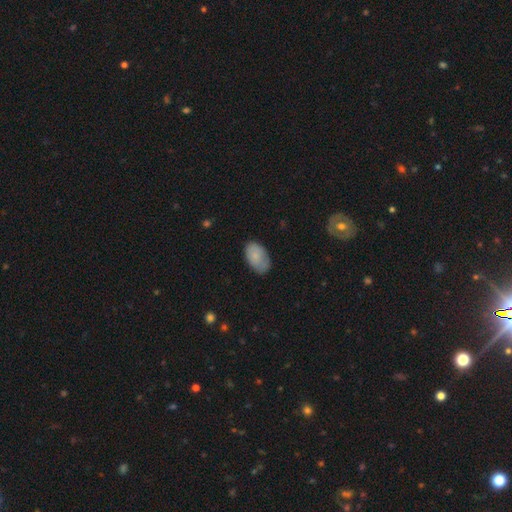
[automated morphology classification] type=smooth (81%); roundness=in between (94%); merging=none (74%).